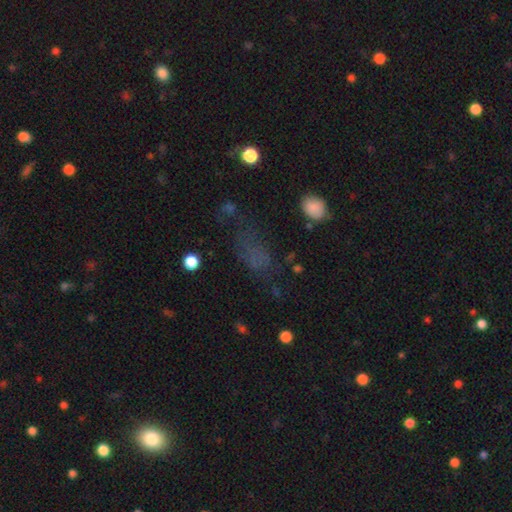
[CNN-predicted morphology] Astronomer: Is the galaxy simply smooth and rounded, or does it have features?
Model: smooth — 52% (runner-up: star or artifact, 30%).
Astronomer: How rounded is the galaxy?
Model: in between — 76%.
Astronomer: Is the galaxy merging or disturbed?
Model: none — 48% (runner-up: major disturbance, 25%).